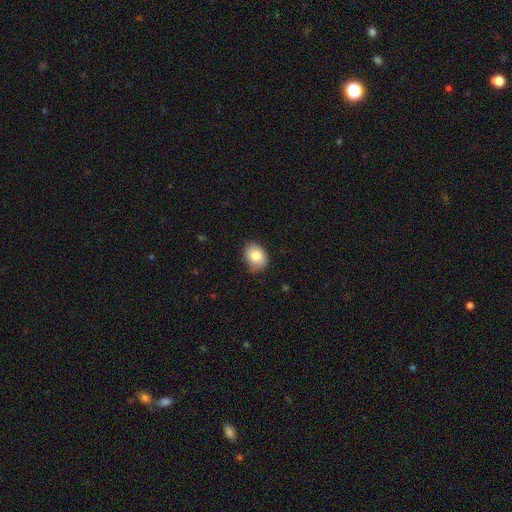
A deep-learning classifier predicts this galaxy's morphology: This appears to be a smooth galaxy with no disk features (81%) that is in between round and cigar-shaped (59%). Merging: none (72%).